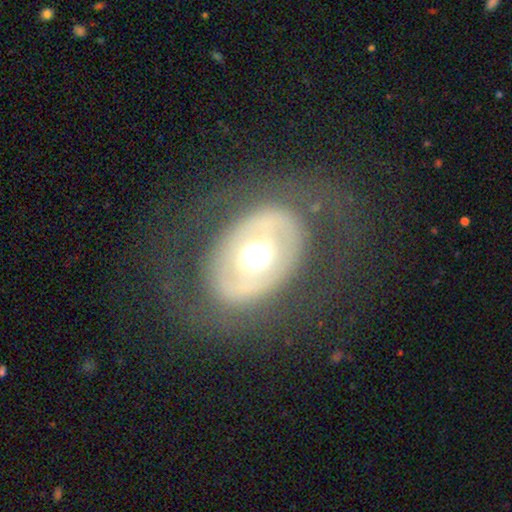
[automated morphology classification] Smooth or featured: featured or disk — 58% (smooth — 33%)
Edge-on disk: no — 92% (yes — 8%)
Bar: no — 79% (weak — 12%)
Spiral arms: no — 85% (yes — 15%)
Bulge size: moderate — 51% (large — 34%)
Merging: none — 71% (major disturbance — 15%)